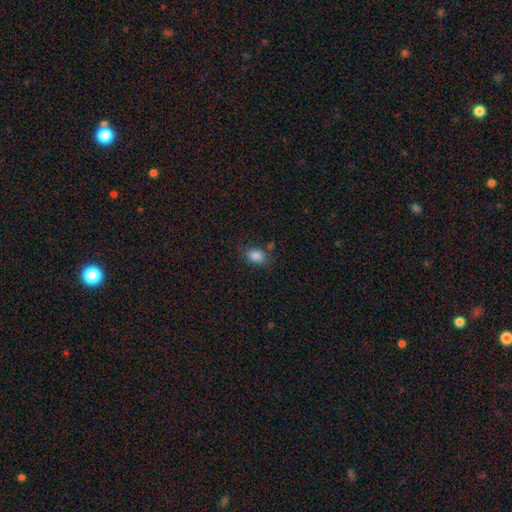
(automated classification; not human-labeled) The model was most divided on "how rounded": in between: 71%, round: 28%, cigar-shaped: 2%. More confident: smooth or featured — smooth (84%); merging — none (70%).